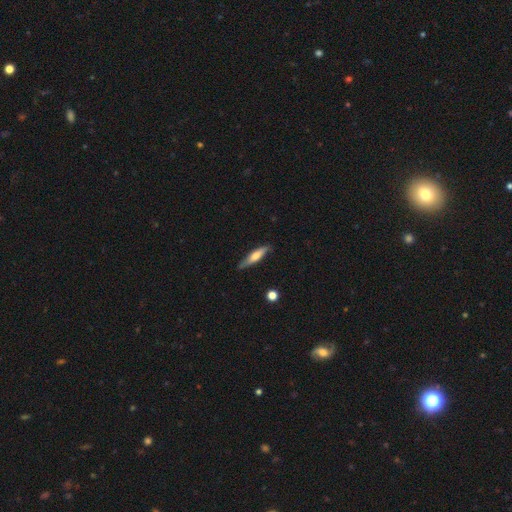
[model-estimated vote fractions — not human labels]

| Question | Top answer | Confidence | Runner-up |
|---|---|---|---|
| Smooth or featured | smooth | 50% | featured or disk (44%) |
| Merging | none | 79% | minor disturbance (16%) |